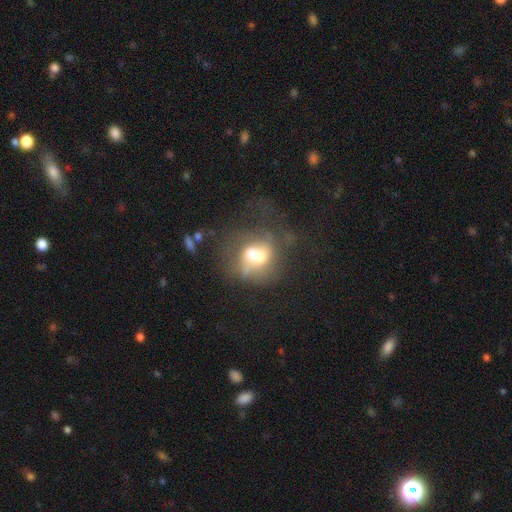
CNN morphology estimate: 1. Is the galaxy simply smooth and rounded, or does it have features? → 44% featured or disk, 43% smooth, 13% star or artifact.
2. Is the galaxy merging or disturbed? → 47% merger, 22% none, 19% major disturbance, 12% minor disturbance.